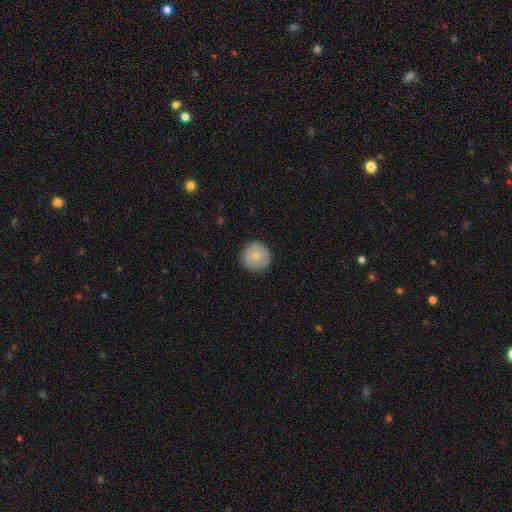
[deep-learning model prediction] Overall: smooth (82%). How rounded: round (95%). Merging: none (88%).